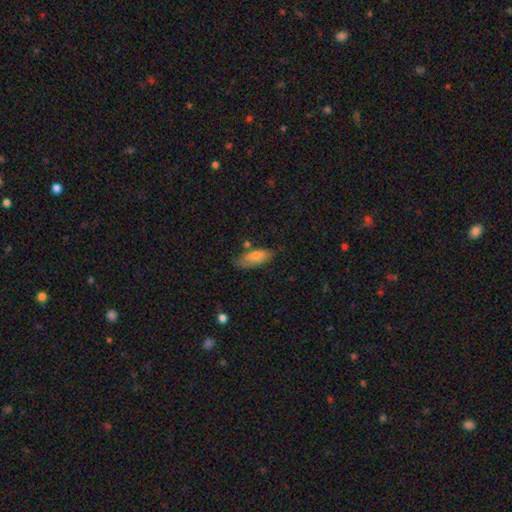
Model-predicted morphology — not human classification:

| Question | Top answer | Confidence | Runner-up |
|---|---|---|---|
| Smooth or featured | smooth | 75% | featured or disk (17%) |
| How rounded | in between | 75% | cigar-shaped (23%) |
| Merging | none | 65% | minor disturbance (25%) |